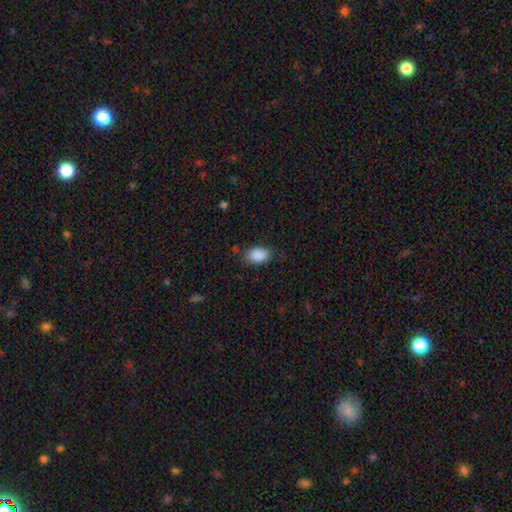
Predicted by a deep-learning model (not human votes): smooth-or-featured: smooth: 90% | star or artifact: 7% | featured or disk: 3%
  how-rounded: in between: 90% | round: 8% | cigar-shaped: 2%
  merging: none: 82% | minor disturbance: 13% | major disturbance: 4% | merger: 1%